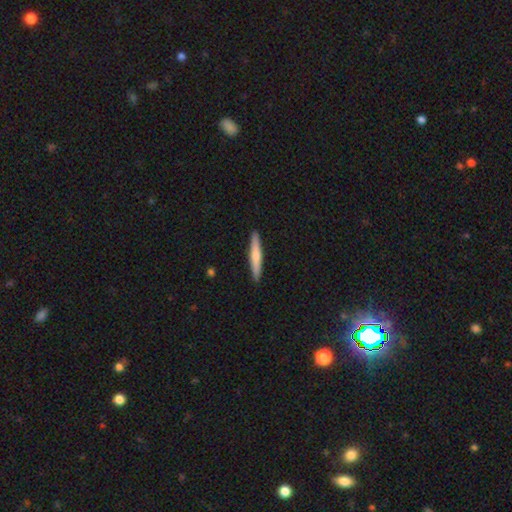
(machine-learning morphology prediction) Smooth or featured? Predicted: smooth (p=0.58). How rounded? Predicted: cigar-shaped (p=0.94). Merging? Predicted: none (p=0.92).